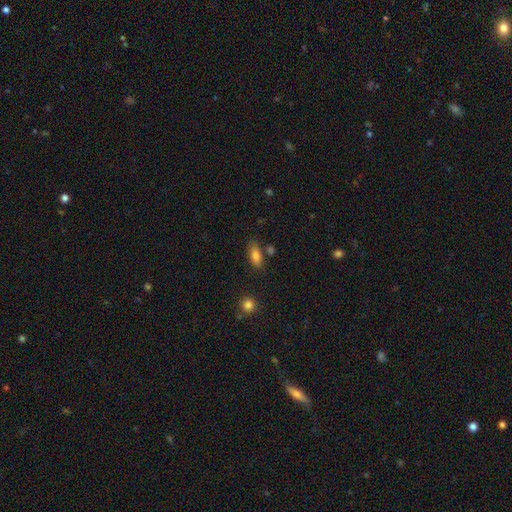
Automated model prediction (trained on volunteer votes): This is clearly a smooth galaxy (80%). How rounded: clearly in between (83%). Merging: likely none (73%).